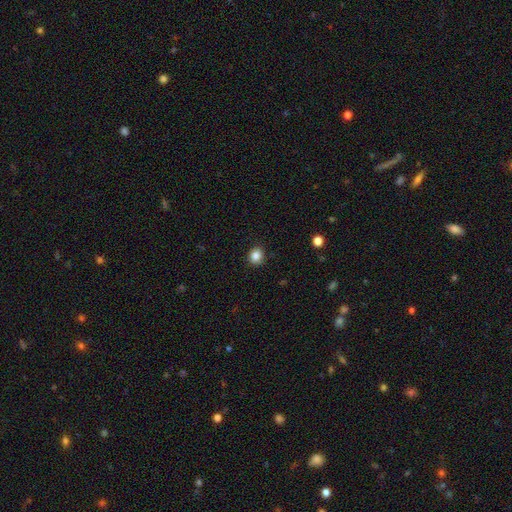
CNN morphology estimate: A smooth galaxy with no disk features (85%) that is round (79%). Merging: none (90%).